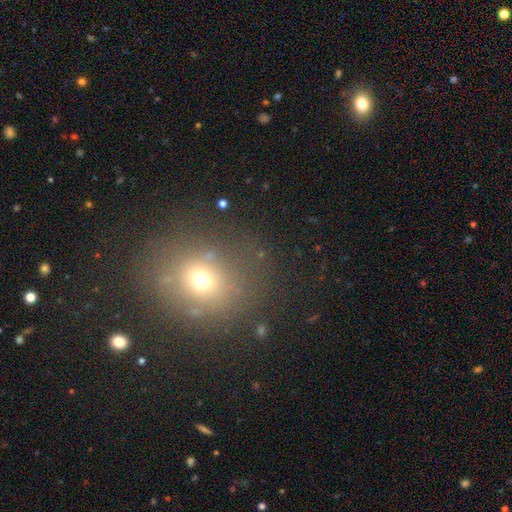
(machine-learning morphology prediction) This is likely a smooth galaxy (61%). How rounded: likely round (74%). Merging: likely none (74%).